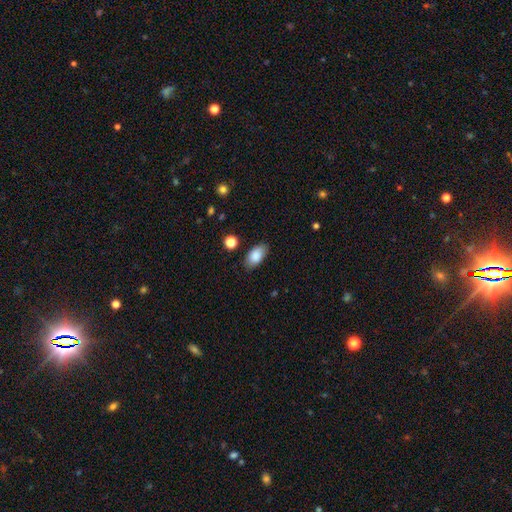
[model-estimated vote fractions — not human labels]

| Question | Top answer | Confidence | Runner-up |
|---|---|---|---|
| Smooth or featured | smooth | 87% | star or artifact (7%) |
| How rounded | in between | 92% | round (4%) |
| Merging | none | 82% | minor disturbance (13%) |